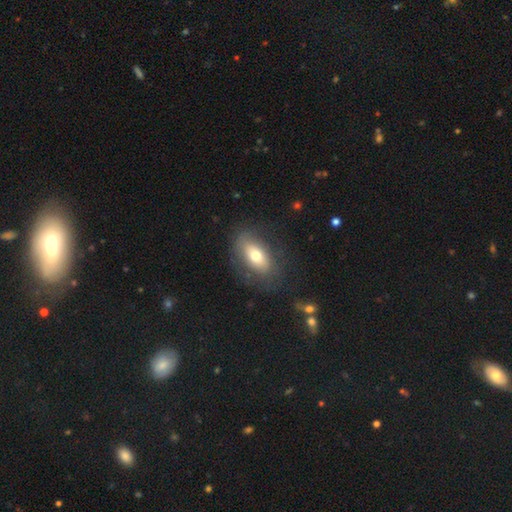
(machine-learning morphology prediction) A smooth galaxy with no disk features (66%) that is in between round and cigar-shaped (87%). Merging: none (76%).